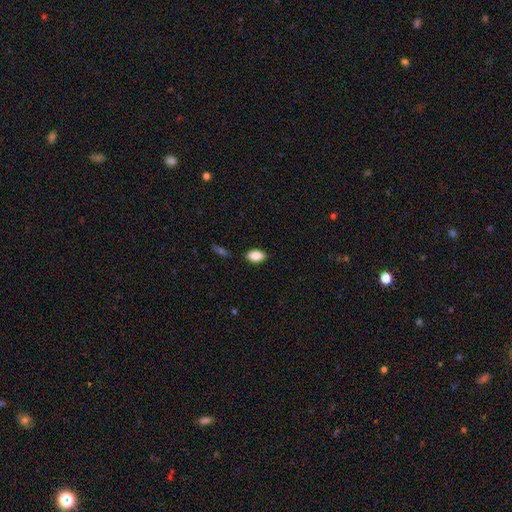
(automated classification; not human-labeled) This appears to be a smooth galaxy with no disk features (85%) that is in between round and cigar-shaped (91%). Merging: none (87%).